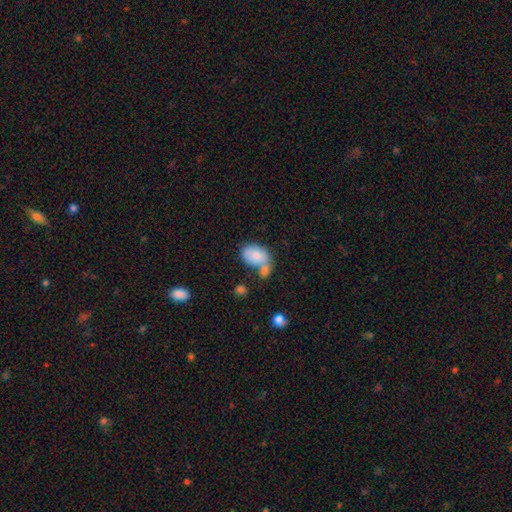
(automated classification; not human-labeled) smooth_or_featured: smooth (p=0.79) [alt: featured or disk p=0.14]
how_rounded: in between (p=0.83) [alt: round p=0.15]
merging: merger (p=0.39) [alt: none p=0.36]